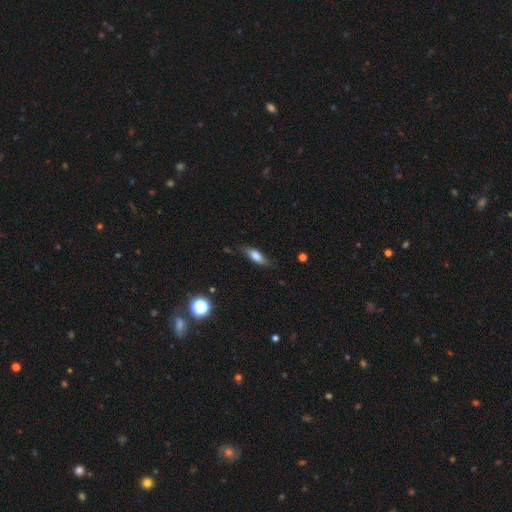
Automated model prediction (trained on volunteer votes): Smooth or featured? smooth (66%)
How rounded? in between (58%)
Merging? none (71%)